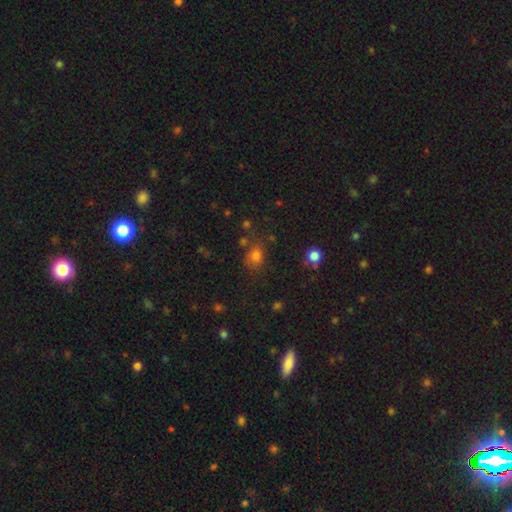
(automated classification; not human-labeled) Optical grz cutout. It shows a smooth galaxy with no disk features (76%) that is round (50%). Merging: none (63%).